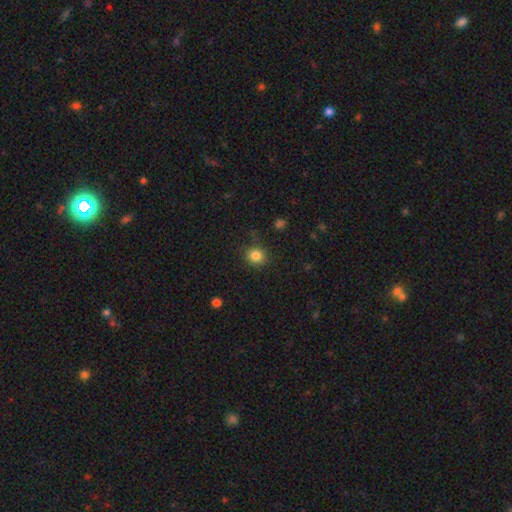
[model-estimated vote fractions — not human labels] Morphology: type=smooth (84%); roundness=round (83%); merging=none (82%).